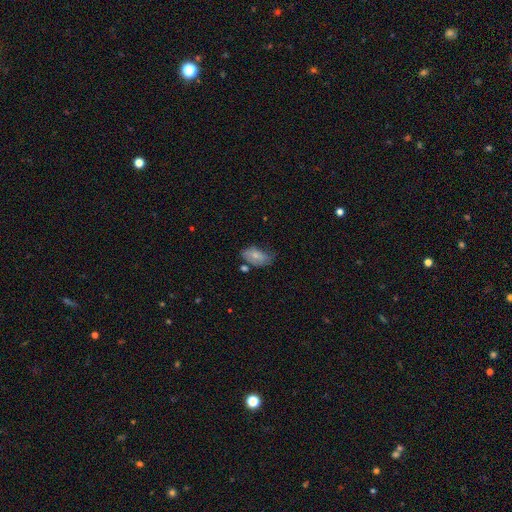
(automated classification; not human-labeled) Overall: smooth (66%; featured or disk 26%). How rounded: in between (91%). Merging: none (45%; minor disturbance 34%).